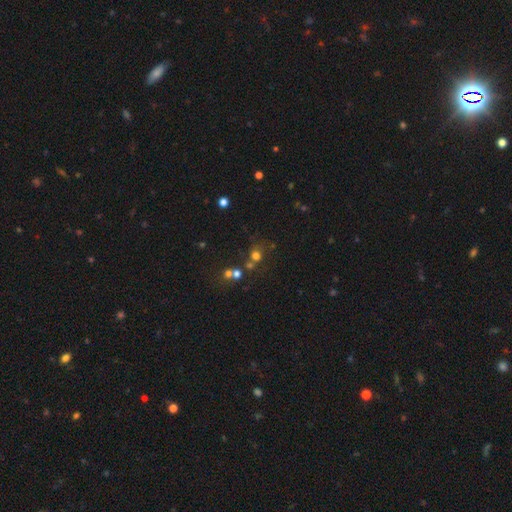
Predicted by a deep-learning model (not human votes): Q: Smooth or featured?
A: smooth (62%); runner-up: star or artifact (26%)
Q: How rounded?
A: round (86%); runner-up: in between (13%)
Q: Merging?
A: none (58%); runner-up: merger (25%)